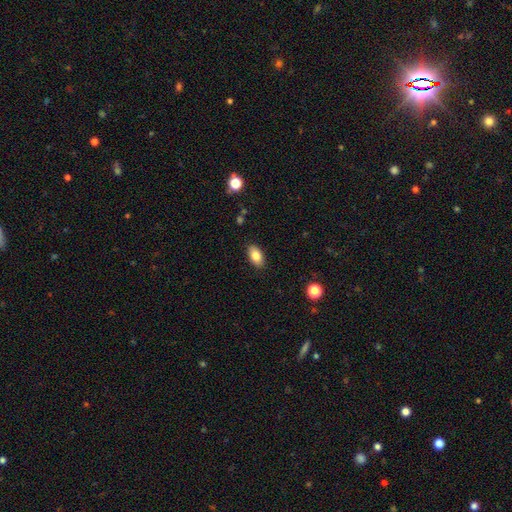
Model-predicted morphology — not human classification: Smooth or featured: smooth — 82% (featured or disk — 10%)
How rounded: in between — 92% (round — 5%)
Merging: none — 88% (minor disturbance — 9%)